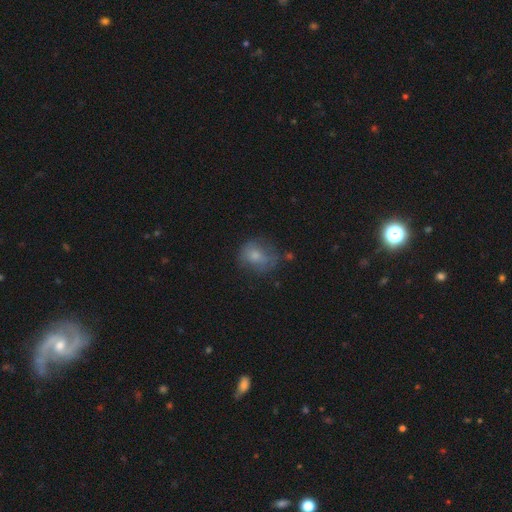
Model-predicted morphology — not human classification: type=smooth (65%); roundness=round (59%); merging=none (53%).